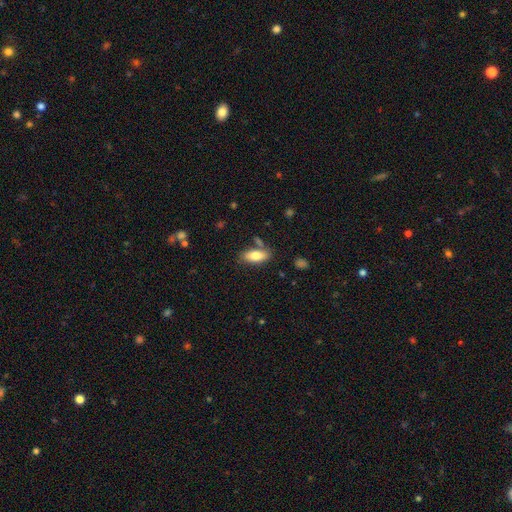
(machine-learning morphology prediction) Smooth or featured? Predicted: smooth (p=0.79). How rounded? Predicted: in between (p=0.84). Merging? Predicted: none (p=0.75).